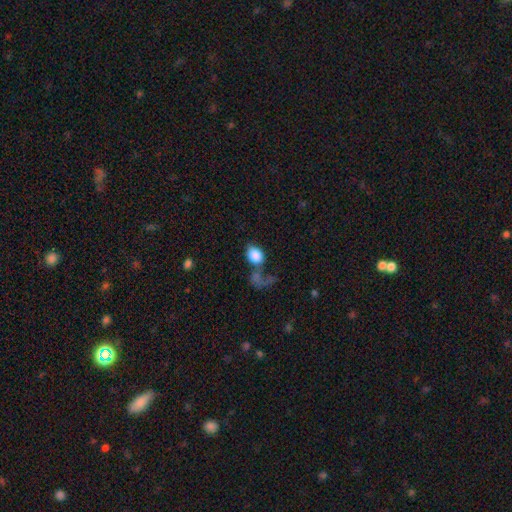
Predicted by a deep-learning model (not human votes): Smooth or featured? smooth (82%)
How rounded? in between (62%)
Merging? none (33%)